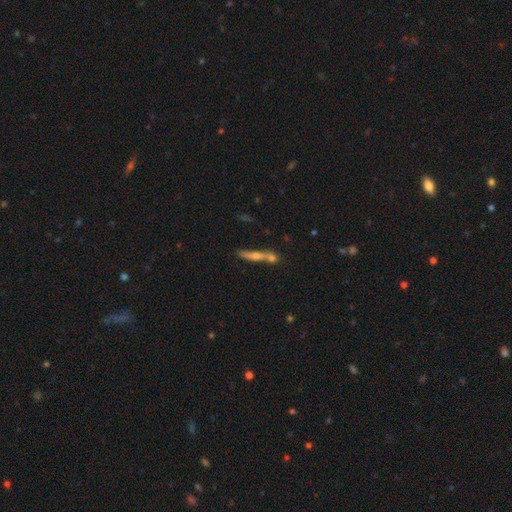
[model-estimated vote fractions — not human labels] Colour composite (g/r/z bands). It shows a featured or disk galaxy (56%) viewed edge-on (88%). Merging: none (62%).